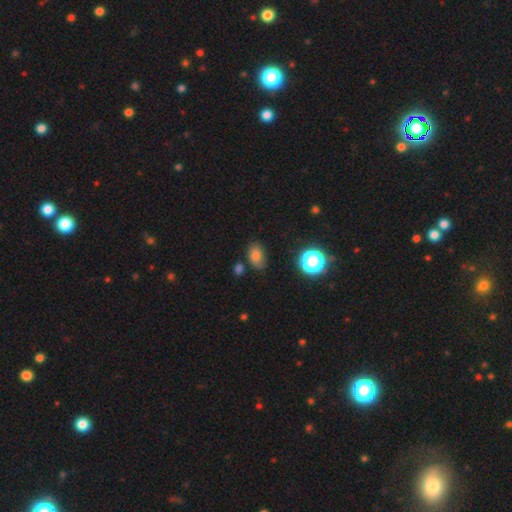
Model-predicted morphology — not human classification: Smooth or featured? smooth (78%)
How rounded? in between (82%)
Merging? none (72%)